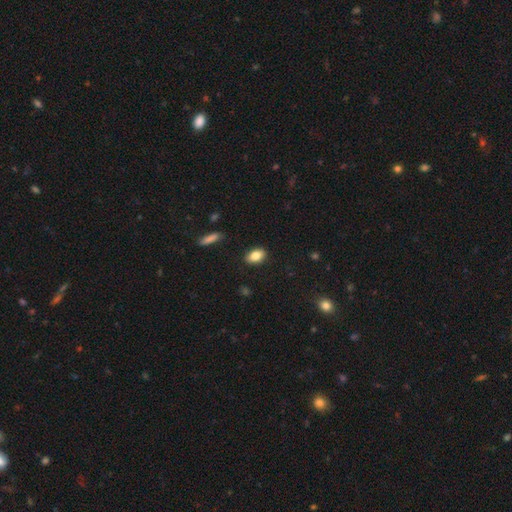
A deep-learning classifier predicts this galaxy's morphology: This is clearly a smooth galaxy (84%). How rounded: clearly in between (86%). Merging: clearly none (87%).